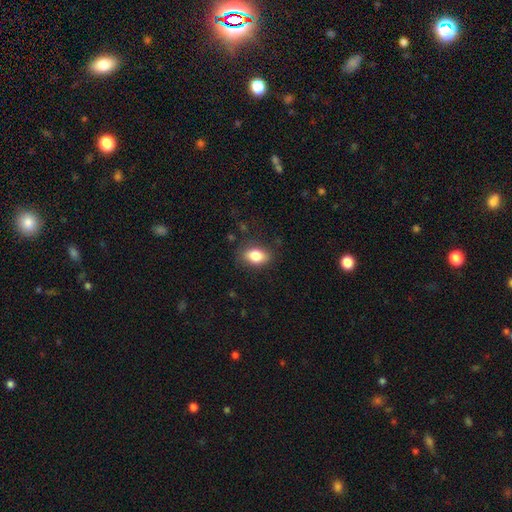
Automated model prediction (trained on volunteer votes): Q: Smooth or featured?
A: smooth (82%); runner-up: featured or disk (9%)
Q: How rounded?
A: in between (81%); runner-up: round (17%)
Q: Merging?
A: none (81%); runner-up: minor disturbance (14%)